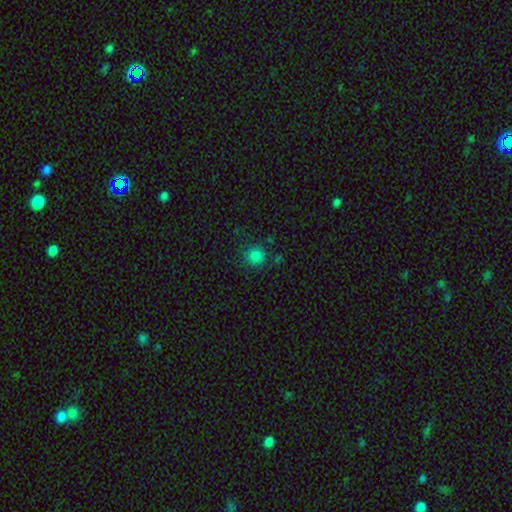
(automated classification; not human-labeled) Q: Smooth or featured?
A: smooth (83%); runner-up: star or artifact (14%)
Q: How rounded?
A: round (91%); runner-up: in between (8%)
Q: Merging?
A: none (81%); runner-up: minor disturbance (11%)